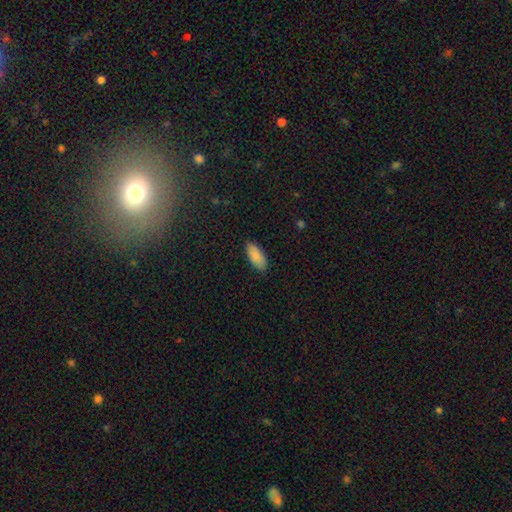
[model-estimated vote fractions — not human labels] Smooth or featured? Predicted: smooth (p=0.87). How rounded? Predicted: in between (p=0.88). Merging? Predicted: none (p=0.87).